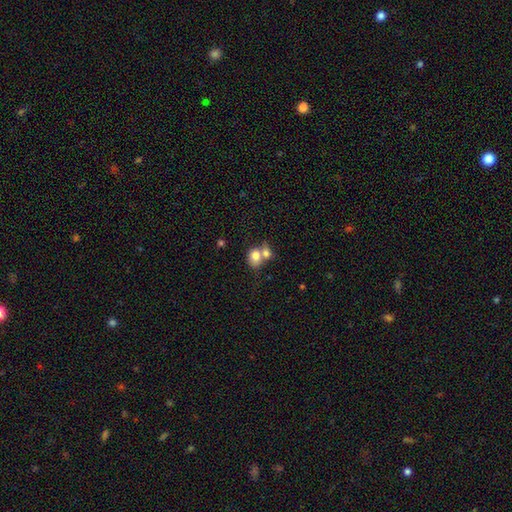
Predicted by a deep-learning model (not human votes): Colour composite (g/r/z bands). It shows a smooth galaxy with no disk features (78%) that is in between round and cigar-shaped (50%). Merging: merger (60%).